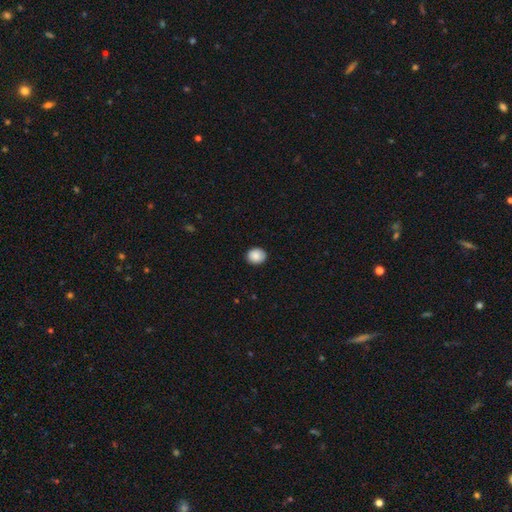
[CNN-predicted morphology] smooth 88%, star or artifact 8%, featured or disk 4%. Down the decision tree: how rounded — round (70%); merging — none (89%).